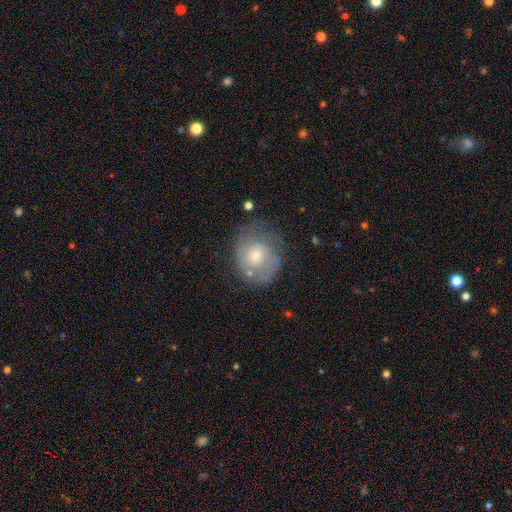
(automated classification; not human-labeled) Morphology: type=featured or disk (73%); edge-on=no (98%); bar=no (72%); spiral arms=yes (89%); winding=tight (48%); arm count=2 (64%); bulge=small (54%); merging=none (65%).